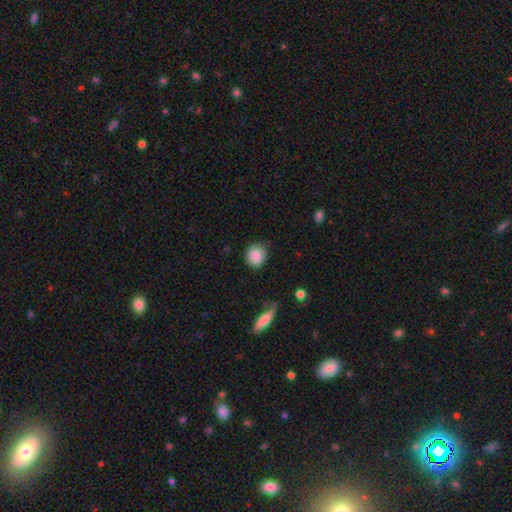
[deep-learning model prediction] Smooth or featured? Predicted: smooth (p=0.86). How rounded? Predicted: round (p=0.78). Merging? Predicted: none (p=0.75).